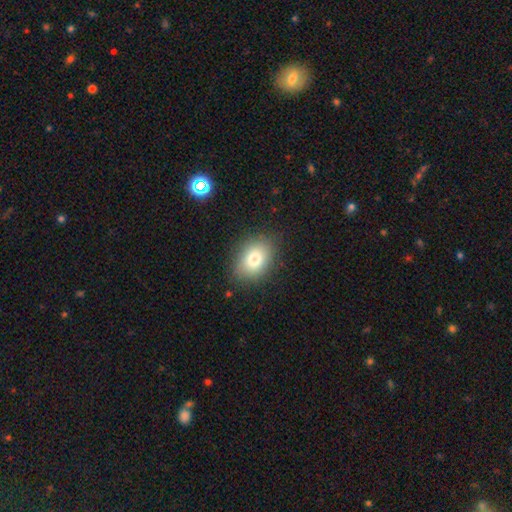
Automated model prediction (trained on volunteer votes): smooth_or_featured: smooth (p=0.79) [alt: featured or disk p=0.11]
how_rounded: in between (p=0.74) [alt: round p=0.25]
merging: none (p=0.84) [alt: minor disturbance p=0.12]